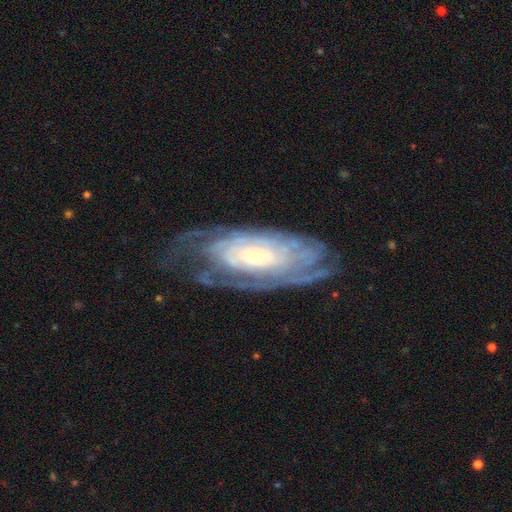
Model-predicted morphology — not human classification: type=featured or disk (83%); edge-on=no (90%); bar=no (76%); spiral arms=yes (90%); winding=tight (76%); arm count=can't tell (54%); bulge=small (76%); merging=none (65%).